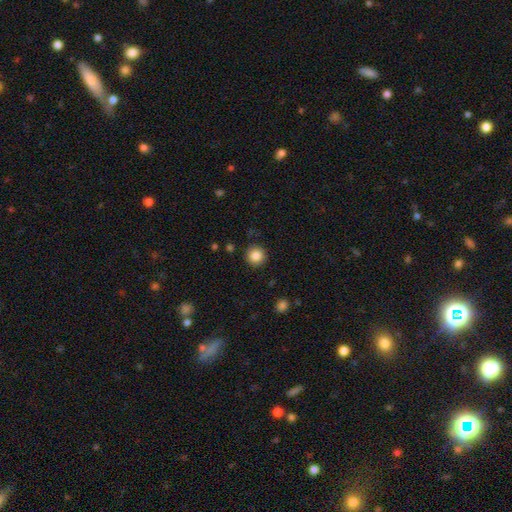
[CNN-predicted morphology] smooth 86%, star or artifact 10%, featured or disk 4%. Down the decision tree: how rounded — round (94%); merging — none (91%).